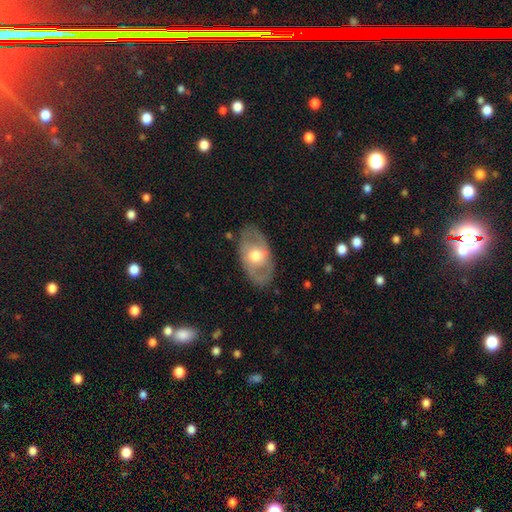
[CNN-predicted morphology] The model was most divided on "smooth or featured": featured or disk: 57%, smooth: 38%, star or artifact: 5%. More confident: edge-on disk — no (88%); merging — none (80%); bulge size — moderate (70%); bar — no (65%); spiral arms — no (61%).